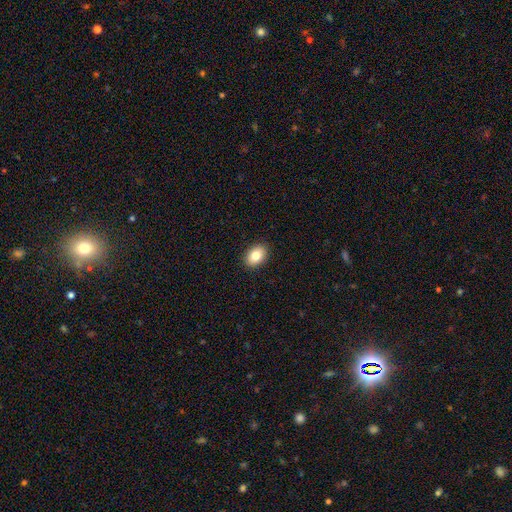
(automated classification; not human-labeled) A smooth galaxy with no disk features (83%) that is in between round and cigar-shaped (82%).

Vote fractions:
- Smooth or featured? smooth: 83% / featured or disk: 9% / star or artifact: 8%
- How rounded? in between: 82% / round: 17% / cigar-shaped: 1%
- Merging? none: 91% / minor disturbance: 7% / major disturbance: 2% / merger: 1%